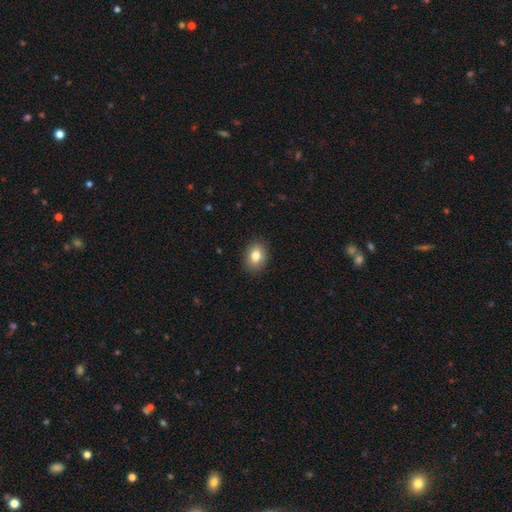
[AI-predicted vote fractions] smooth-or-featured: smooth: 81% | featured or disk: 10% | star or artifact: 9%
  how-rounded: in between: 68% | round: 31% | cigar-shaped: 1%
  merging: none: 89% | minor disturbance: 8% | major disturbance: 2% | merger: 1%